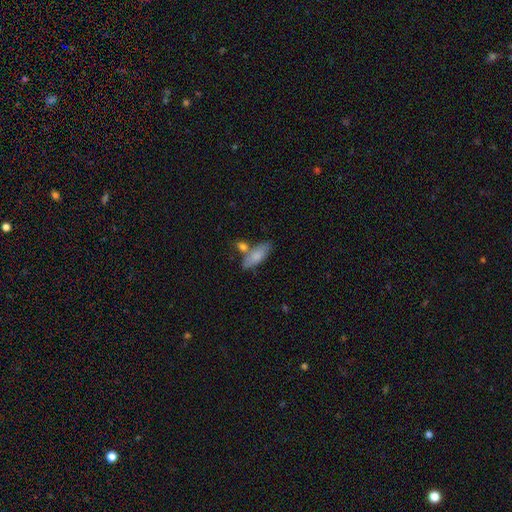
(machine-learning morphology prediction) Smooth or featured?
  - smooth: 78% *
  - featured or disk: 16%
  - star or artifact: 6%
How rounded?
  - in between: 70% *
  - cigar-shaped: 27%
  - round: 3%
Merging?
  - none: 57% *
  - merger: 22%
  - minor disturbance: 16%
  - major disturbance: 5%